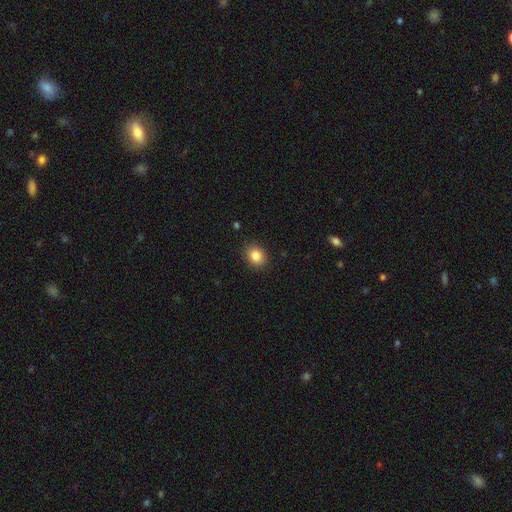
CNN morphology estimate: The model was most divided on "how rounded": round: 60%, in between: 39%, cigar-shaped: 1%. More confident: merging — none (89%); smooth or featured — smooth (85%).